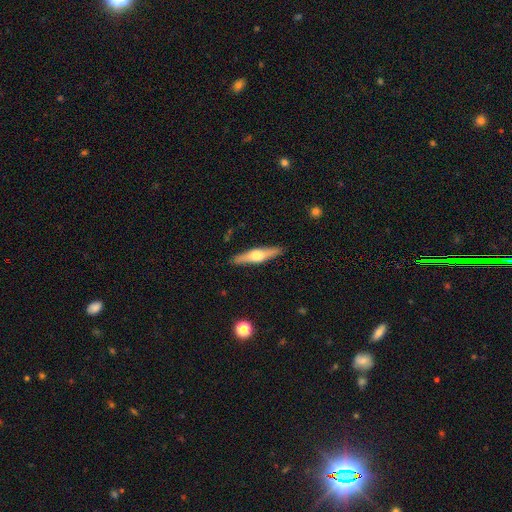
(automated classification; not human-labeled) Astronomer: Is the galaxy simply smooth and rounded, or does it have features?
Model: featured or disk — 59% (runner-up: smooth, 35%).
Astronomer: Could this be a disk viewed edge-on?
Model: yes — 95%.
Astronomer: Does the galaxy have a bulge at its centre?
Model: rounded — 93%.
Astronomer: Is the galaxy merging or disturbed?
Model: none — 89%.